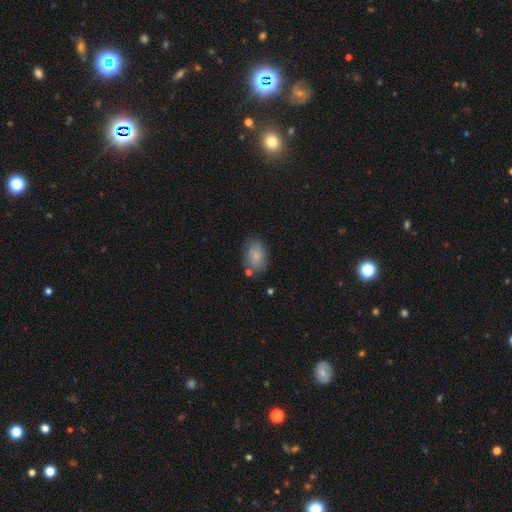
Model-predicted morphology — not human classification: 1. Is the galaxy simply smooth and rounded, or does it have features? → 82% smooth, 10% featured or disk, 8% star or artifact.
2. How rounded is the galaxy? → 83% in between, 16% round, 1% cigar-shaped.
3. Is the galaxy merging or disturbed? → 71% none, 18% minor disturbance, 6% merger, 5% major disturbance.